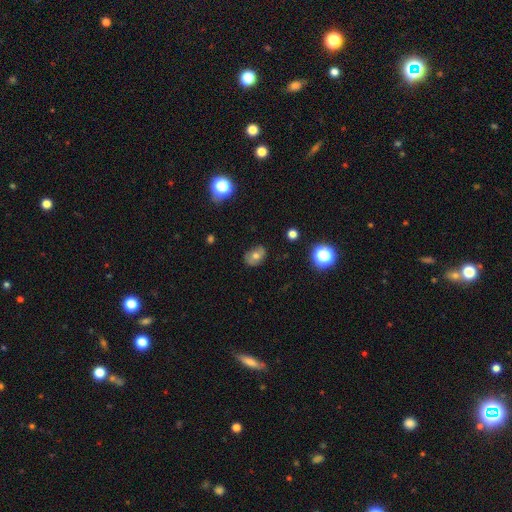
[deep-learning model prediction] Q: Smooth or featured?
A: smooth (57%); runner-up: featured or disk (29%)
Q: How rounded?
A: in between (64%); runner-up: round (35%)
Q: Merging?
A: none (70%); runner-up: minor disturbance (23%)